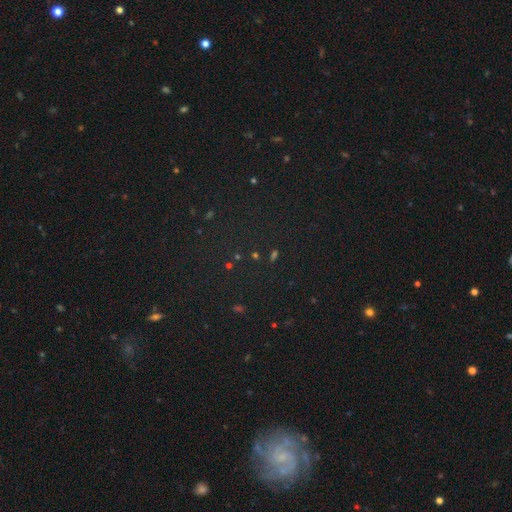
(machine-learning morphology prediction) star or artifact 66%, smooth 25%, featured or disk 9%.